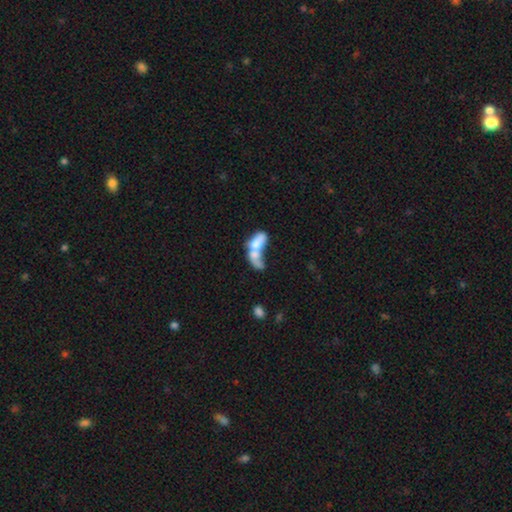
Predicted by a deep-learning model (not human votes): smooth 57%, featured or disk 33%, star or artifact 9%. Down the decision tree: how rounded — in between (81%); merging — merger (71%).